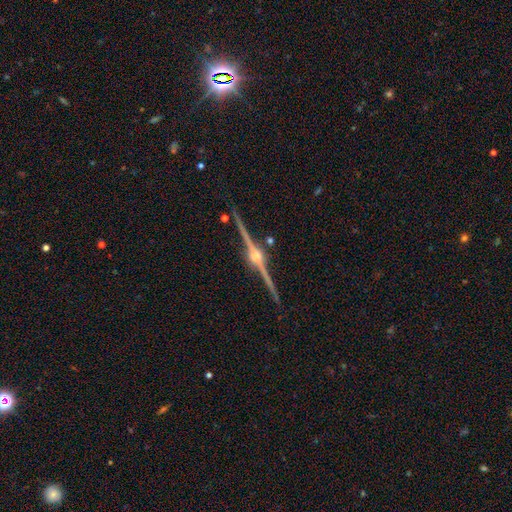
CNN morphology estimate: A featured or disk galaxy (91%) viewed edge-on (99%) with a rounded central bulge (96%).

Vote fractions:
- Smooth or featured? featured or disk: 91% / star or artifact: 6% / smooth: 3%
- Edge-on disk? yes: 99% / no: 1%
- Edge-on bulge? rounded: 96% / boxy: 3% / none: 1%
- Merging? none: 91% / minor disturbance: 6% / merger: 2% / major disturbance: 1%